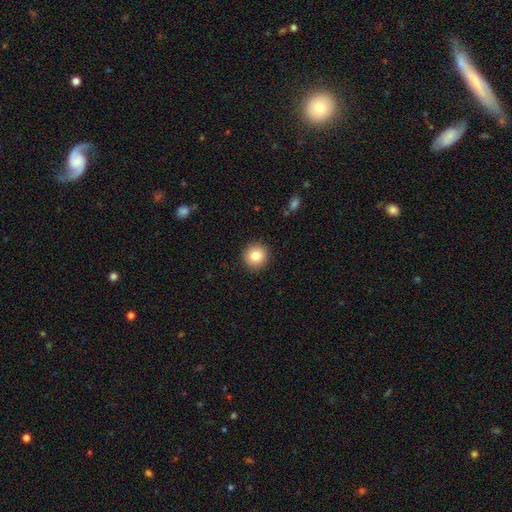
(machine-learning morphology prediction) Smooth or featured? smooth (83%)
How rounded? round (93%)
Merging? none (92%)